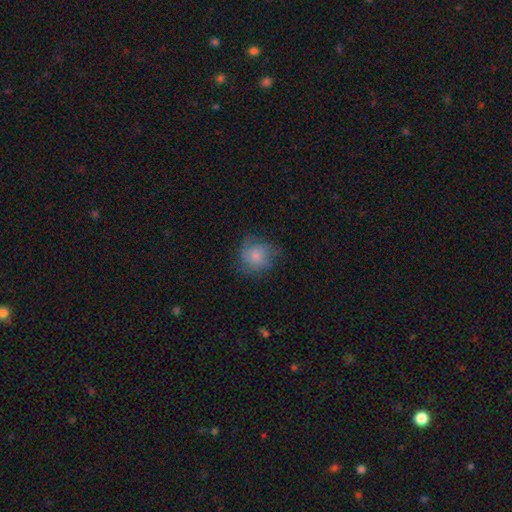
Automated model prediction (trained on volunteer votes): Smooth or featured: smooth — 68% (featured or disk — 22%)
How rounded: round — 82% (in between — 17%)
Merging: none — 62% (minor disturbance — 24%)